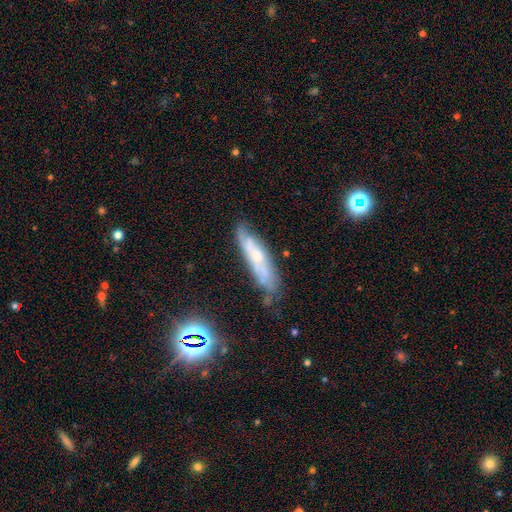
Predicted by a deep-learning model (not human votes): smooth_or_featured: featured or disk (p=0.52) [alt: smooth p=0.37]
disk_edge_on: yes (p=0.51) [alt: no p=0.49]
merging: none (p=0.63) [alt: minor disturbance p=0.26]